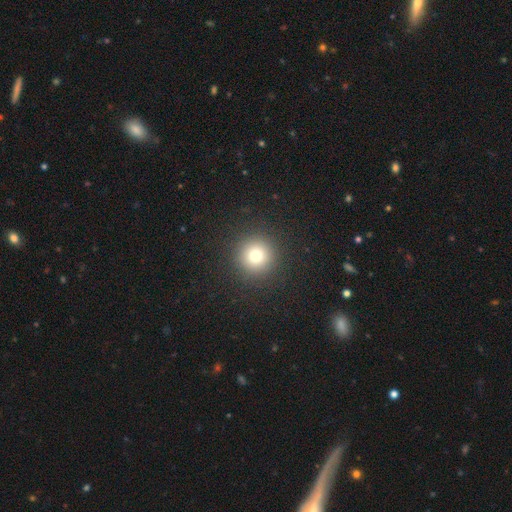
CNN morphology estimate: A smooth galaxy with no disk features (77%) that is round (95%). Merging: none (91%).